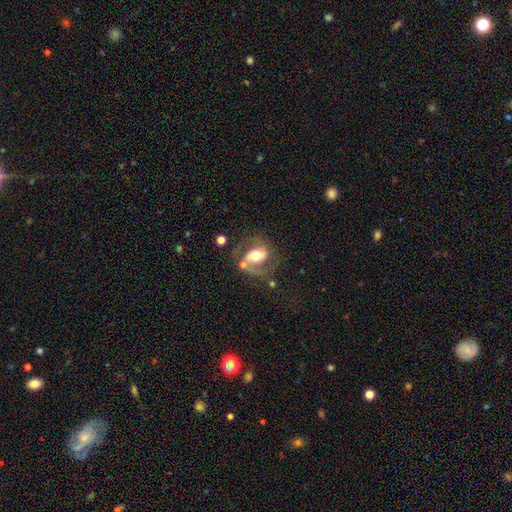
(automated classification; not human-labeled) smooth-or-featured: featured or disk: 77% | smooth: 16% | star or artifact: 7%
  disk-edge-on: no: 96% | yes: 4%
    bar: weak: 36% (tied) | strong: 36% (tied) | no: 28%
    has-spiral-arms: yes: 88% | no: 12%
      spiral-winding: medium: 55% | loose: 23% | tight: 22%
      spiral-arm-count: 2: 85% | 1: 8% | can't tell: 5% | 3: 1% | 4: 1% | more than 4: 1%
    bulge-size: moderate: 61% | large: 25% | small: 10% | dominant: 2% | none: 1%
  merging: none: 58% | minor disturbance: 19% | major disturbance: 14% | merger: 9%